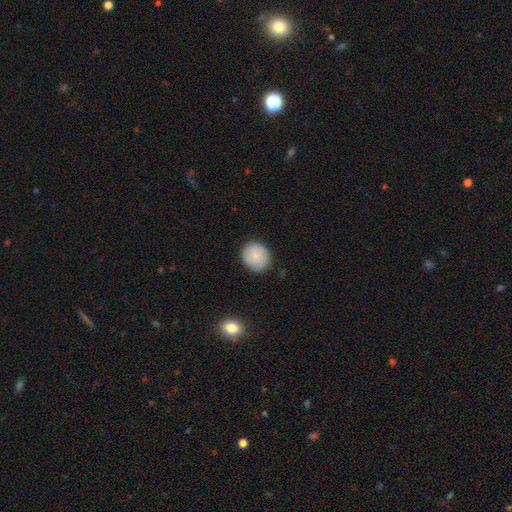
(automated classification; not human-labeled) smooth 85%, featured or disk 8%, star or artifact 7%. Down the decision tree: how rounded — round (83%); merging — none (87%).